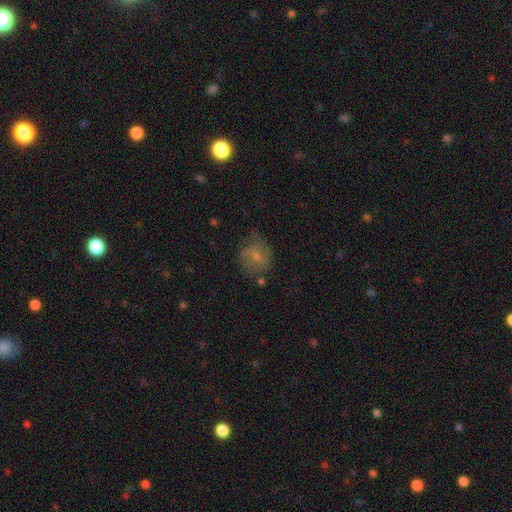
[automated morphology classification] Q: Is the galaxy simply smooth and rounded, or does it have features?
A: smooth — 49%.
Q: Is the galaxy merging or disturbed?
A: none — 53%.